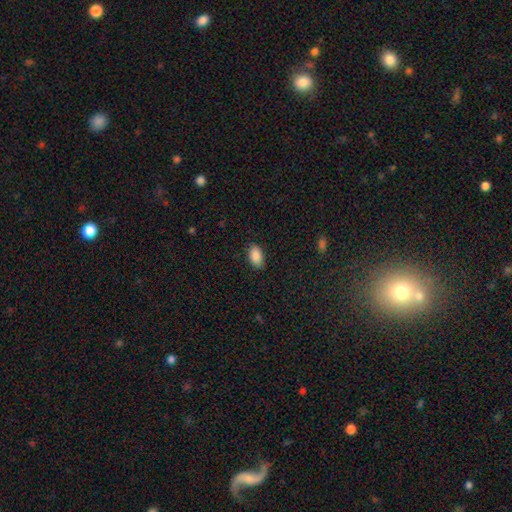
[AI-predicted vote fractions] Smooth or featured: smooth — 89% (star or artifact — 7%)
How rounded: in between — 93% (round — 5%)
Merging: none — 86% (minor disturbance — 10%)